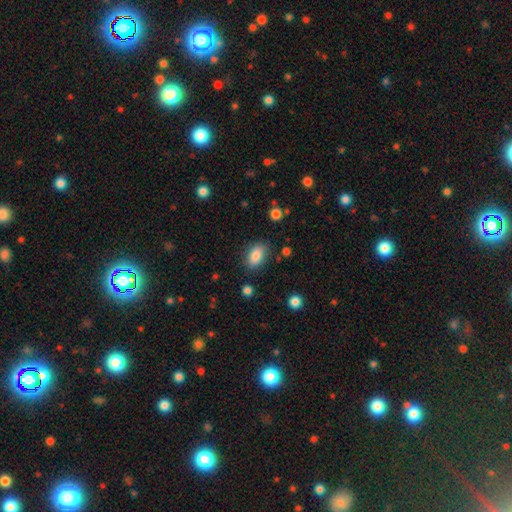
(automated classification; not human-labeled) Morphology: type=smooth (84%); roundness=in between (88%); merging=none (82%).